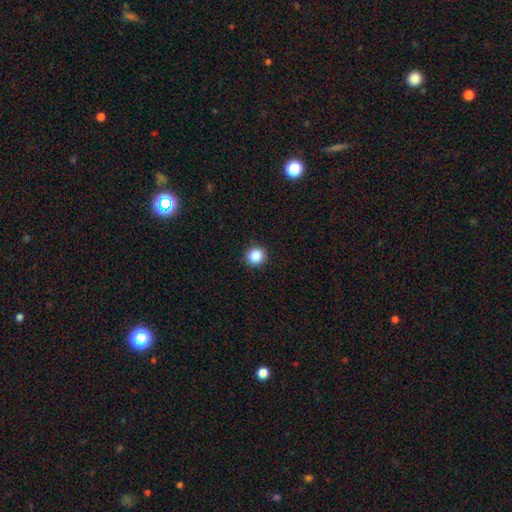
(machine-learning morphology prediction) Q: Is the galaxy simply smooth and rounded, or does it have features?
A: smooth — 87%.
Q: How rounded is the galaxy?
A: round — 88%.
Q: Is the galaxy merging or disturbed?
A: none — 92%.